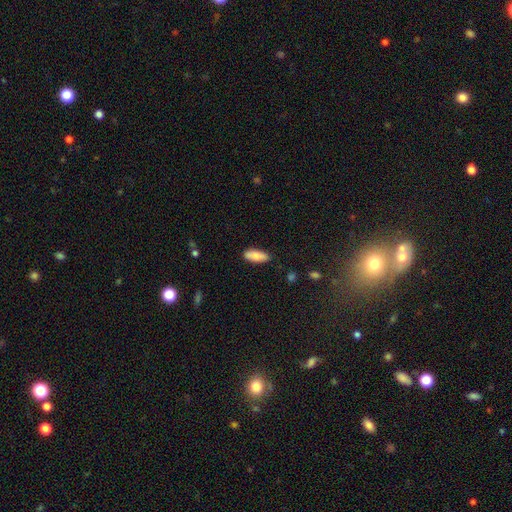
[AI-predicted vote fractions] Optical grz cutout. It shows a smooth galaxy with no disk features (83%) that is in between round and cigar-shaped (74%). Merging: none (84%).